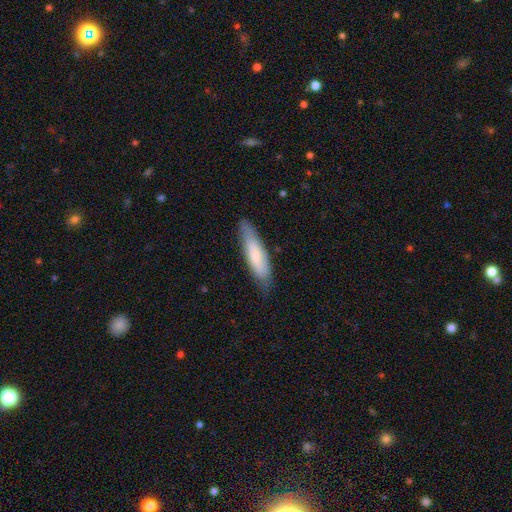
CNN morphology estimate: Smooth or featured? Predicted: smooth (p=0.71). How rounded? Predicted: cigar-shaped (p=0.67). Merging? Predicted: none (p=0.77).